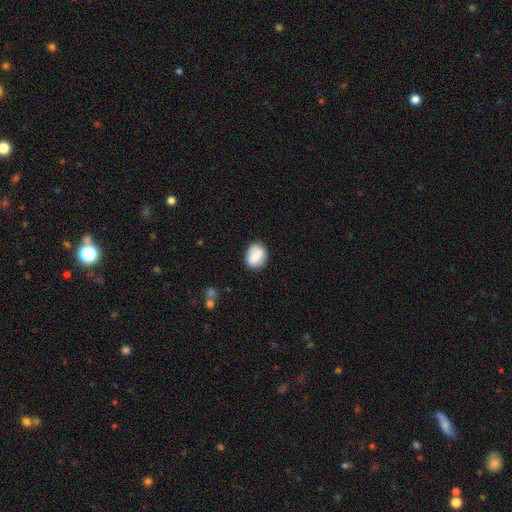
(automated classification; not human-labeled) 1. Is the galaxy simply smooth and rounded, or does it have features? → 82% smooth, 11% featured or disk, 8% star or artifact.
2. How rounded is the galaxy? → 54% in between, 45% round, 1% cigar-shaped.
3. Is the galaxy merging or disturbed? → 76% none, 17% minor disturbance, 4% major disturbance, 3% merger.